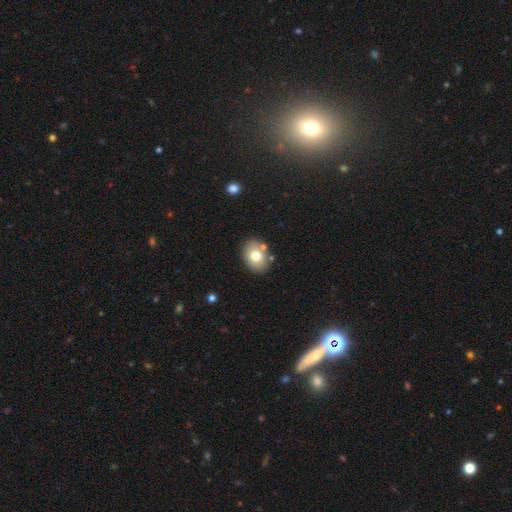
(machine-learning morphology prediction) smooth 74%, featured or disk 18%, star or artifact 9%. Down the decision tree: how rounded — in between (71%); merging — none (79%).